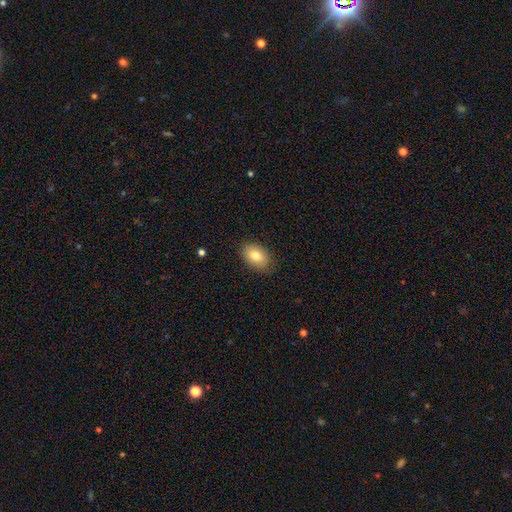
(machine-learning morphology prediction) A smooth galaxy with no disk features (80%) that is in between round and cigar-shaped (84%). Merging: none (82%).